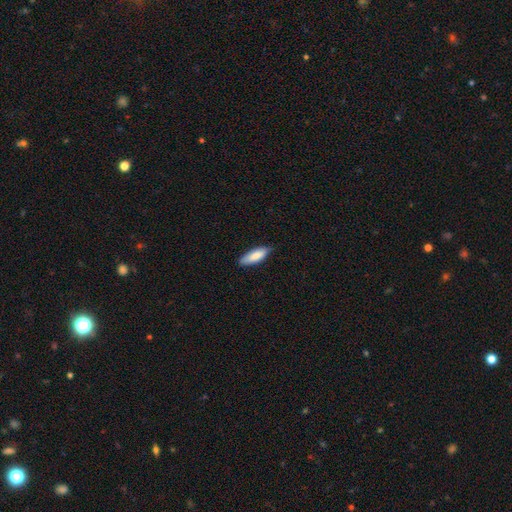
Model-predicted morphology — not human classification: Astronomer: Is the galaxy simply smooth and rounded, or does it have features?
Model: smooth — 84%.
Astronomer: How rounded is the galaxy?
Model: in between — 59% (runner-up: cigar-shaped, 39%).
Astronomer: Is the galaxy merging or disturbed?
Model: none — 78%.